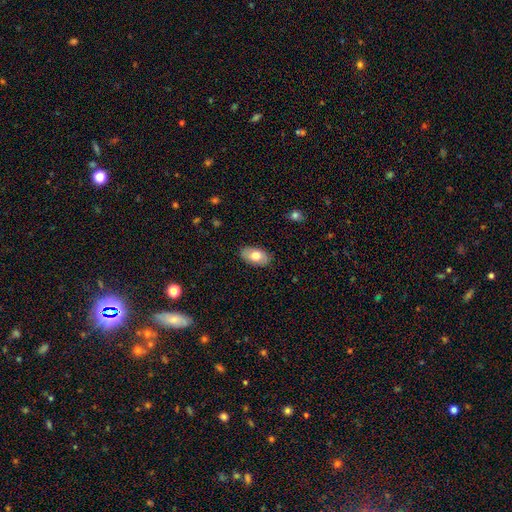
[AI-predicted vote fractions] Smooth or featured: smooth — 73% (featured or disk — 21%)
How rounded: in between — 93% (round — 5%)
Merging: none — 86% (minor disturbance — 11%)